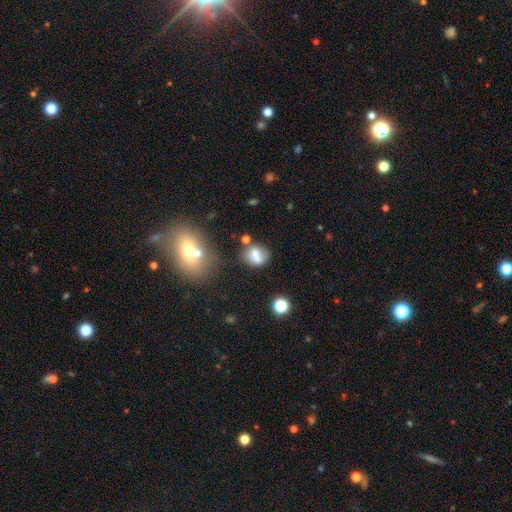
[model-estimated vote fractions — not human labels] Overall: smooth (68%). How rounded: in between (56%; round 41%). Merging: none (59%; minor disturbance 19%).